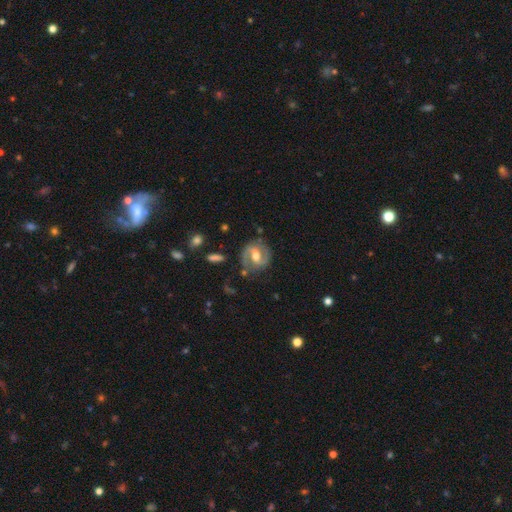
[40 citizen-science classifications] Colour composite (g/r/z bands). It shows a featured or disk galaxy (78%) with a weak bar (63%), 2 (88%) medium (54%) spiral arms (87%) and a moderate central bulge (83%). Merging: none (89%).